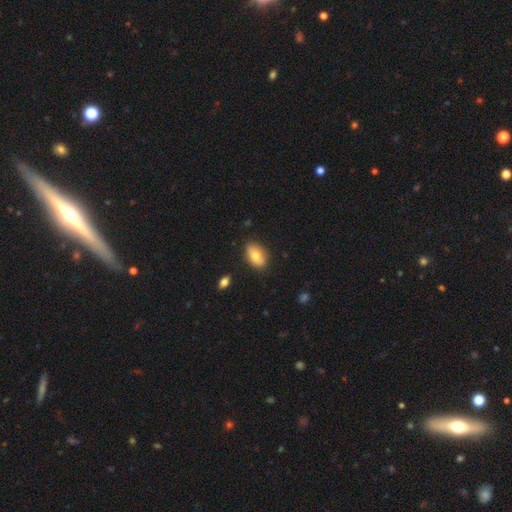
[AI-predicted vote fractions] Smooth or featured? Predicted: smooth (p=0.75). How rounded? Predicted: in between (p=0.90). Merging? Predicted: none (p=0.83).